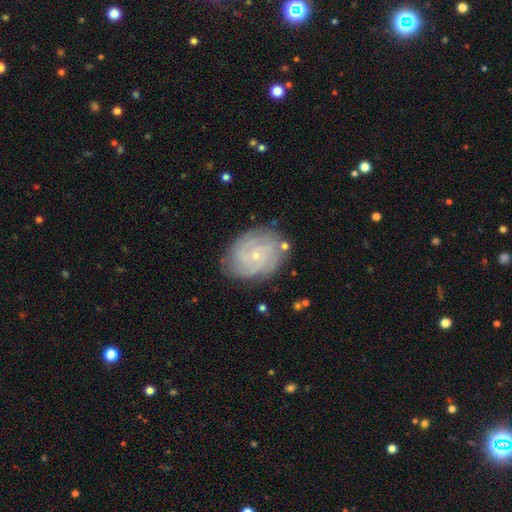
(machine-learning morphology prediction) Smooth or featured? Predicted: featured or disk (p=0.76). Edge-on disk? Predicted: no (p=0.97). Bar? Predicted: no (p=0.78). Spiral arms? Predicted: yes (p=0.93). Spiral winding? Predicted: tight (p=0.69). Spiral arm count? Predicted: can't tell (p=0.34). Bulge size? Predicted: small (p=0.85). Merging? Predicted: none (p=0.78).